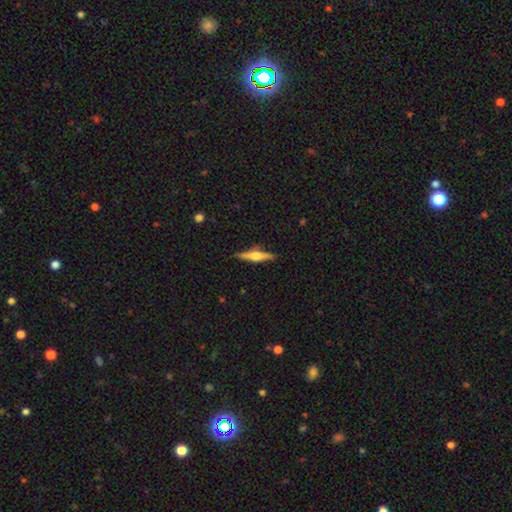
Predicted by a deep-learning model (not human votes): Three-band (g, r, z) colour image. It shows a featured or disk galaxy (62%) viewed edge-on (97%) with a rounded central bulge (89%). Merging: none (87%).